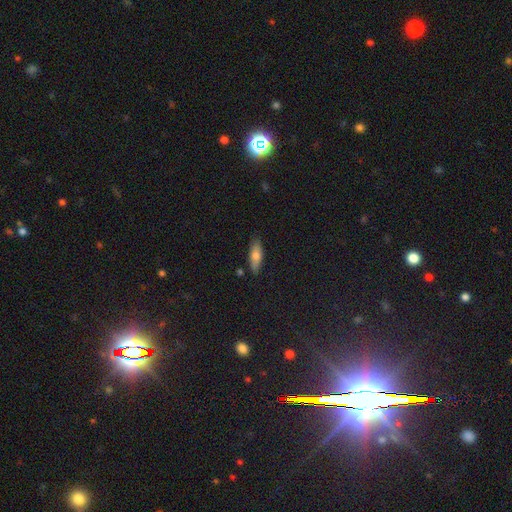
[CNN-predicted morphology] smooth_or_featured: smooth (p=0.68) [alt: featured or disk p=0.25]
how_rounded: in between (p=0.60) [alt: cigar-shaped p=0.37]
merging: none (p=0.85) [alt: minor disturbance p=0.11]